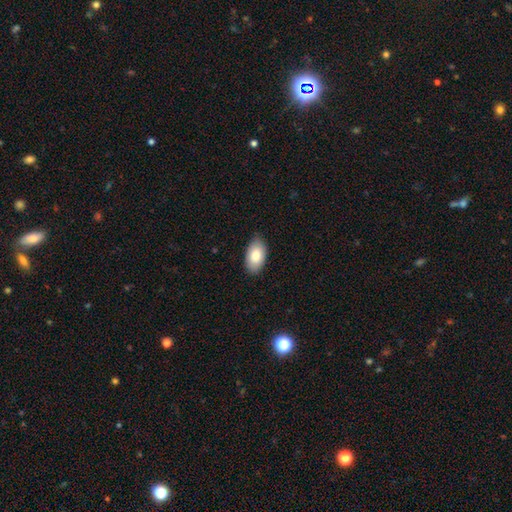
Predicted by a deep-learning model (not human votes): Overall: smooth (83%). How rounded: in between (95%). Merging: none (85%).